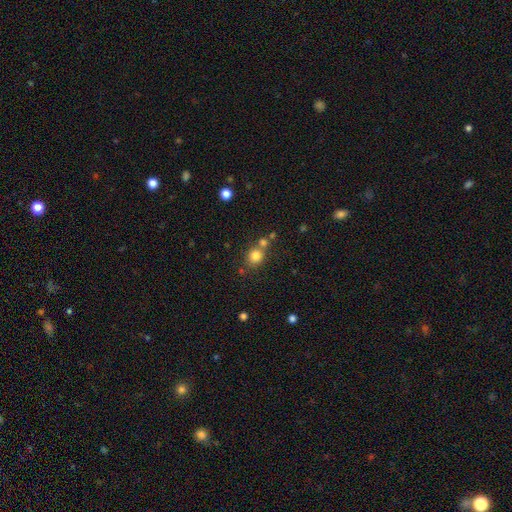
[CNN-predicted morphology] A smooth galaxy with no disk features (80%) that is round (78%).

Vote fractions:
- Smooth or featured? smooth: 80% / star or artifact: 12% / featured or disk: 8%
- How rounded? round: 78% / in between: 21% / cigar-shaped: 1%
- Merging? none: 62% / merger: 24% / minor disturbance: 10% / major disturbance: 4%